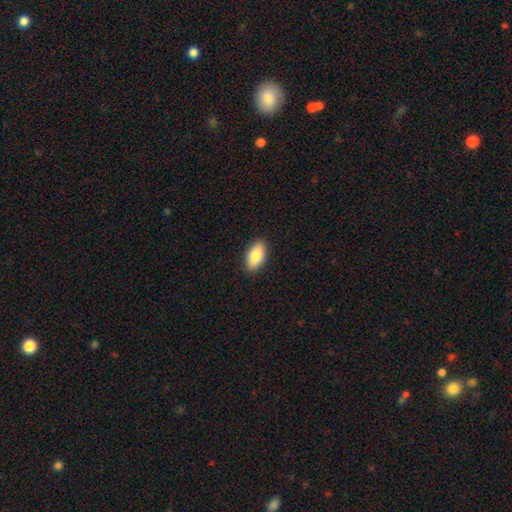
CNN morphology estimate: Smooth or featured?
  - smooth: 83% *
  - featured or disk: 10%
  - star or artifact: 6%
How rounded?
  - in between: 92% *
  - cigar-shaped: 5%
  - round: 4%
Merging?
  - none: 90% *
  - minor disturbance: 7%
  - major disturbance: 2%
  - merger: 1%